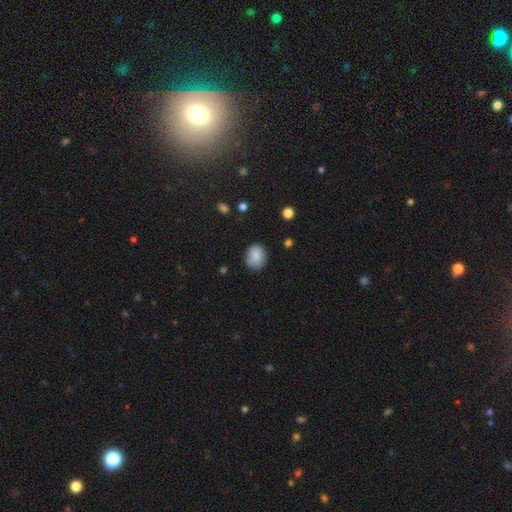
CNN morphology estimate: The model was most divided on "how rounded": round: 59%, in between: 40%, cigar-shaped: 1%. More confident: smooth or featured — smooth (86%); merging — none (78%).